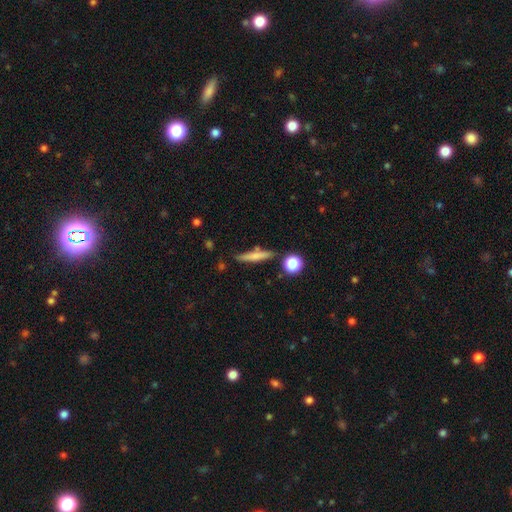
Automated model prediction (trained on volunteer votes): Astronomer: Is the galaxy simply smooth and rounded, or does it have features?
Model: smooth — 64%.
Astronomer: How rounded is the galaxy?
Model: cigar-shaped — 86%.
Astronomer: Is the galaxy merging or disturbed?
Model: none — 79%.